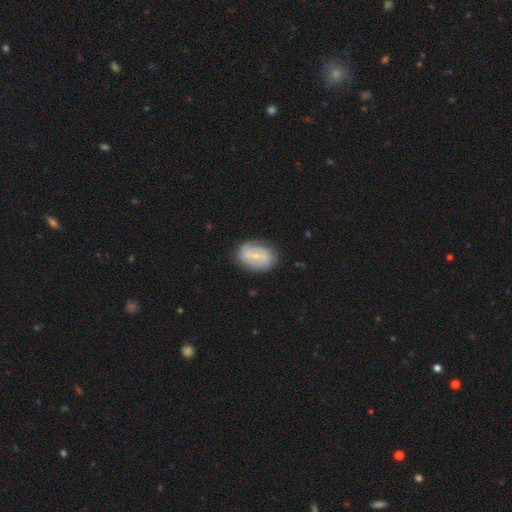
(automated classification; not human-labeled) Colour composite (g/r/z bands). It shows a featured or disk galaxy (58%) with a weak bar (50%), spiral arms (75%) and a small central bulge (68%). Merging: none (77%).